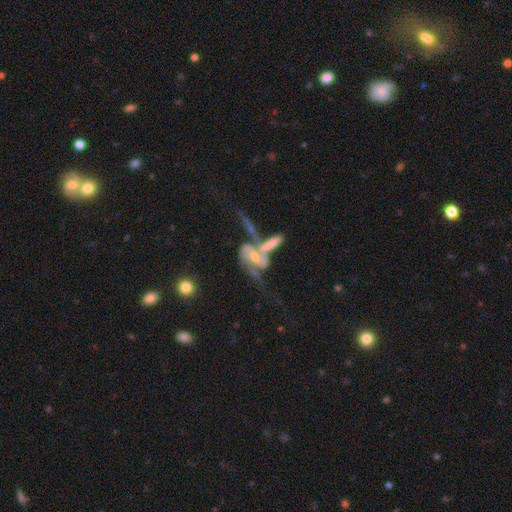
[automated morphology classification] featured or disk 73%, smooth 19%, star or artifact 8%. Down the decision tree: edge-on disk — no (88%); bar — no (51%); spiral arms — yes (84%); spiral arm count — 2 (72%); spiral winding — loose (46%); bulge size — small (45%); merging — merger (54%).